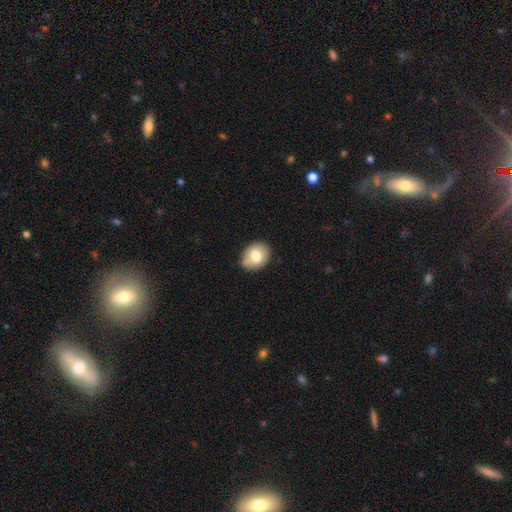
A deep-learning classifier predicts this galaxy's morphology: A smooth galaxy with no disk features (76%) that is in between round and cigar-shaped (51%). Merging: none (72%).